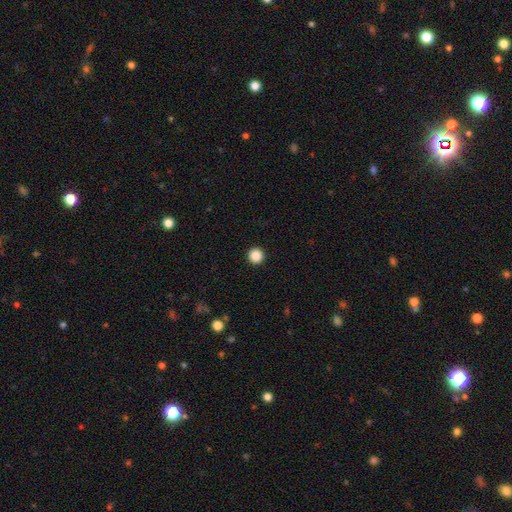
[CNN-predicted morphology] This is clearly a smooth galaxy (88%). How rounded: clearly round (96%). Merging: clearly none (94%).